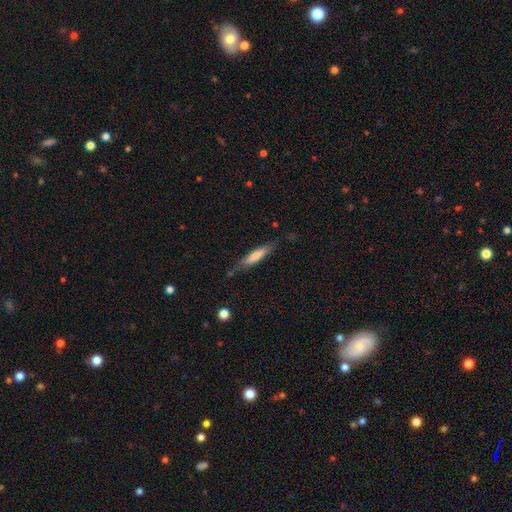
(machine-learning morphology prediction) The model was most divided on "smooth or featured": smooth: 62%, featured or disk: 31%, star or artifact: 6%. More confident: how rounded — cigar-shaped (84%); merging — none (76%).